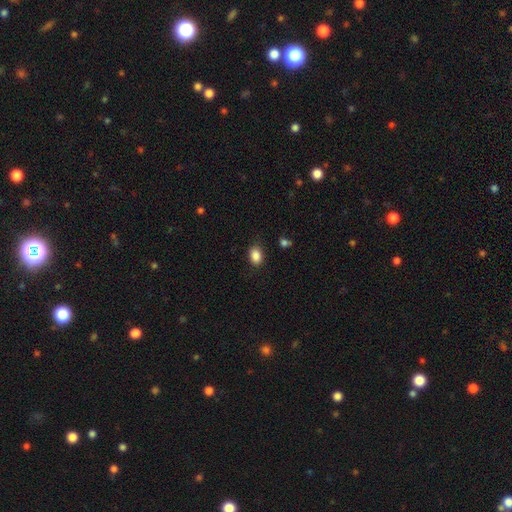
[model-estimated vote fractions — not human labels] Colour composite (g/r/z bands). It shows a smooth galaxy with no disk features (87%) that is in between round and cigar-shaped (77%). Merging: none (82%).